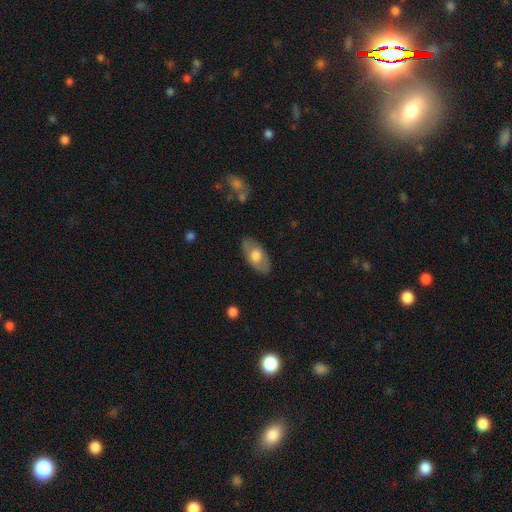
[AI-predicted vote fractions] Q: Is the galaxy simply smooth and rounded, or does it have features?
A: smooth — 58%.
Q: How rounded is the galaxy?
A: in between — 92%.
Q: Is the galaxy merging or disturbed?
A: none — 82%.